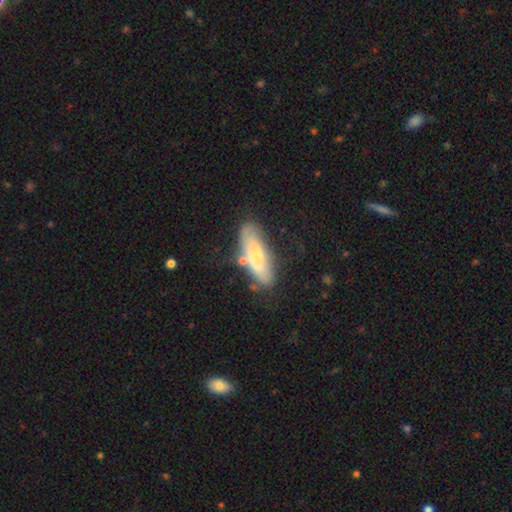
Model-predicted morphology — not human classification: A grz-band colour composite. It shows a smooth galaxy with no disk features (57%) that is in between round and cigar-shaped (53%). Merging: none (64%).